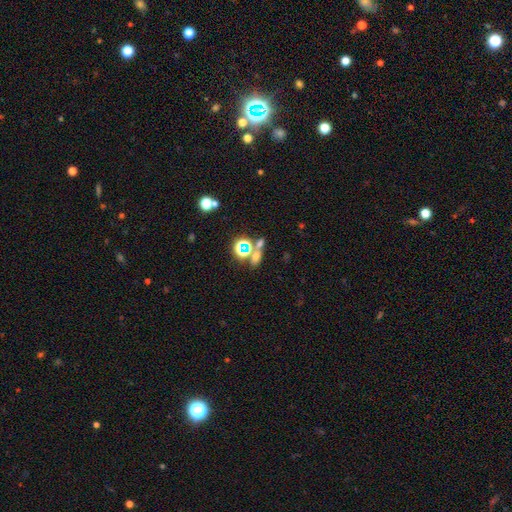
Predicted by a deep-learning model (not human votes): This appears to be a smooth galaxy with no disk features (48%). Merging: none (53%).